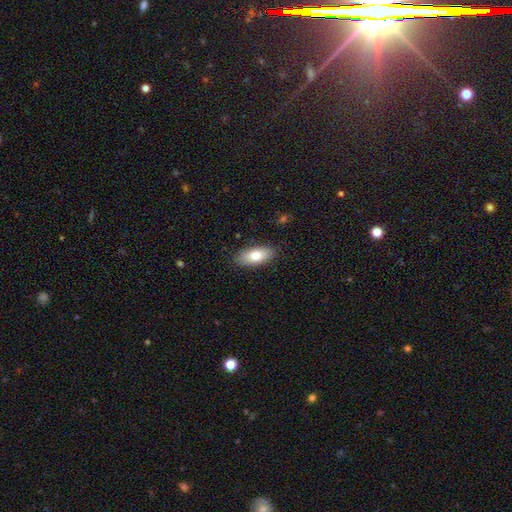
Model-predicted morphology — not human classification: smooth 77%, featured or disk 17%, star or artifact 7%. Down the decision tree: how rounded — in between (87%); merging — none (87%).